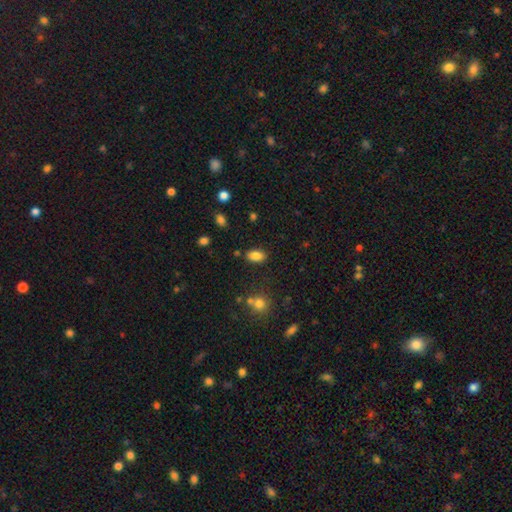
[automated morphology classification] Smooth or featured? smooth (85%)
How rounded? in between (90%)
Merging? none (82%)